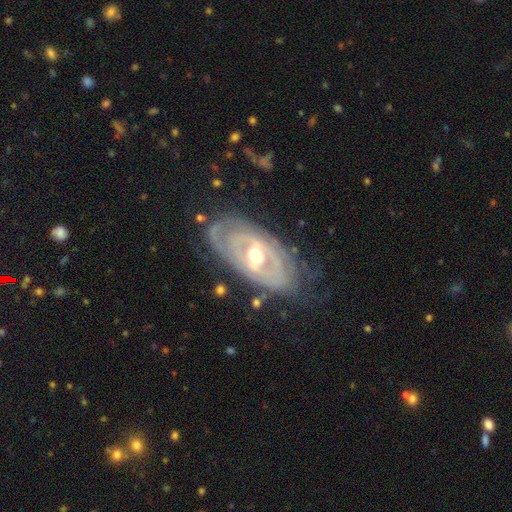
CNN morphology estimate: type=featured or disk (83%); edge-on=no (91%); bar=weak (39%); spiral arms=yes (73%); winding=tight (69%); arm count=can't tell (45%); bulge=moderate (73%); merging=none (71%).